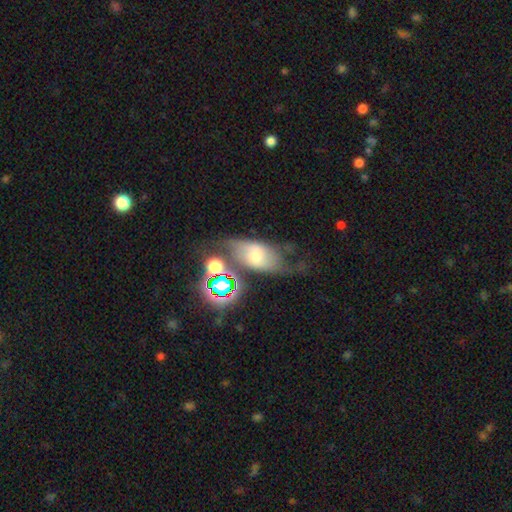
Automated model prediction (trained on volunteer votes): A featured or disk galaxy (47%).

Vote fractions:
- Smooth or featured? featured or disk: 47% / smooth: 36% / star or artifact: 17%
- Merging? none: 39% / major disturbance: 23% / minor disturbance: 23% / merger: 14%